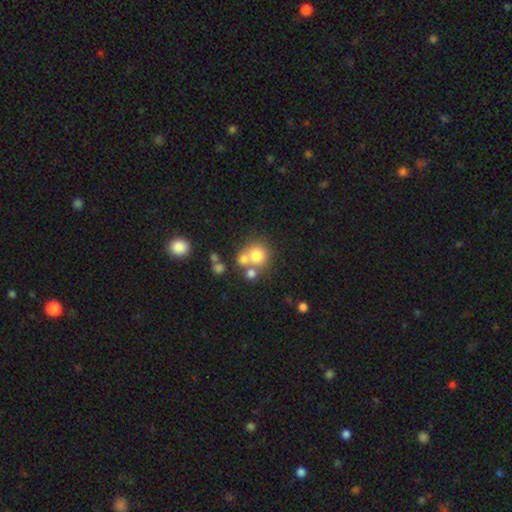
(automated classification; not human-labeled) smooth 70%, featured or disk 17%, star or artifact 13%. Down the decision tree: how rounded — round (86%); merging — none (47%).